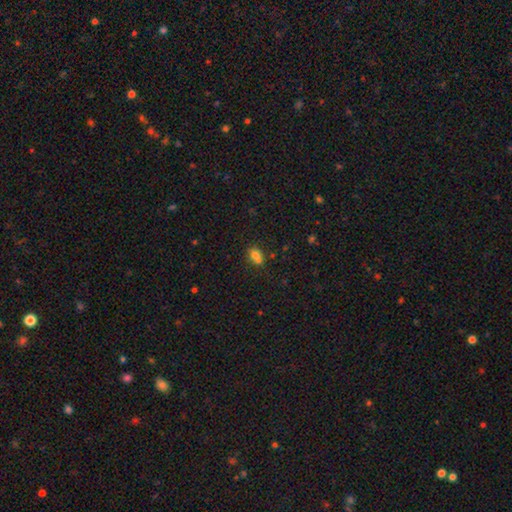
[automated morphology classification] This is likely a smooth galaxy (71%). How rounded: possibly in between (54%). Merging: possibly none (49%).